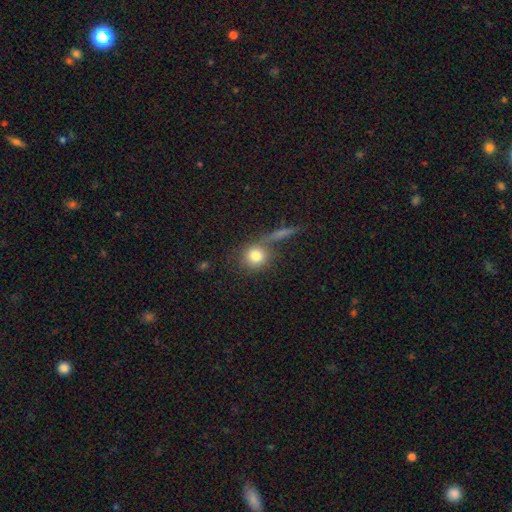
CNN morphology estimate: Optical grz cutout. It shows a smooth galaxy with no disk features (80%) that is round (84%). Merging: none (61%).